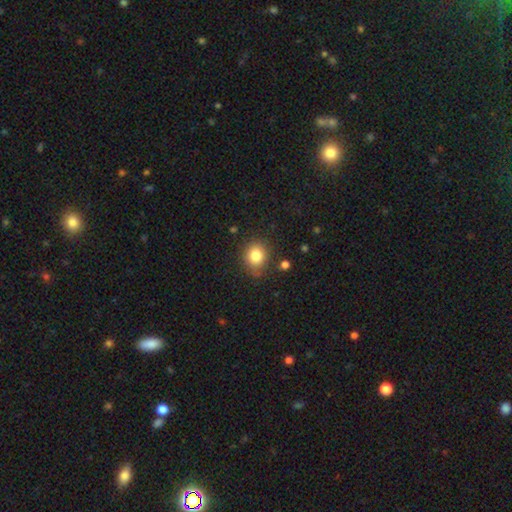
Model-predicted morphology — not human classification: Smooth or featured? smooth (83%)
How rounded? round (77%)
Merging? none (79%)